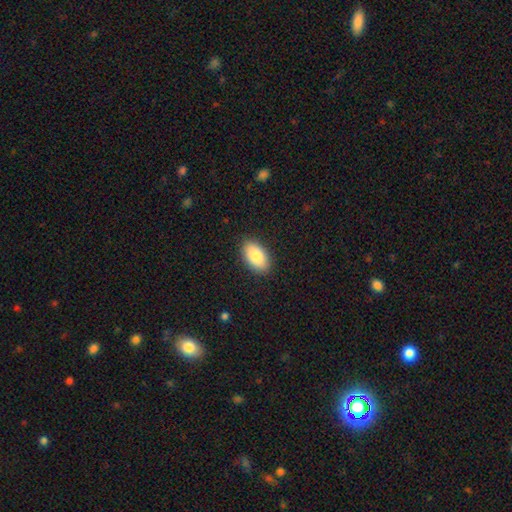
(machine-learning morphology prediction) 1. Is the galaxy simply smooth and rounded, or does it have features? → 86% smooth, 8% featured or disk, 6% star or artifact.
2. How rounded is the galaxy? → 94% in between, 4% round, 2% cigar-shaped.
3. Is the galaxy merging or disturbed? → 88% none, 8% minor disturbance, 2% major disturbance, 1% merger.